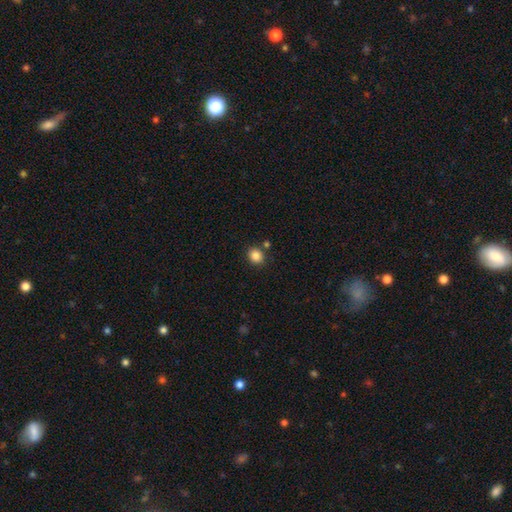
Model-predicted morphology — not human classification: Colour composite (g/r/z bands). It shows a smooth galaxy with no disk features (86%) that is round (70%). Merging: none (81%).